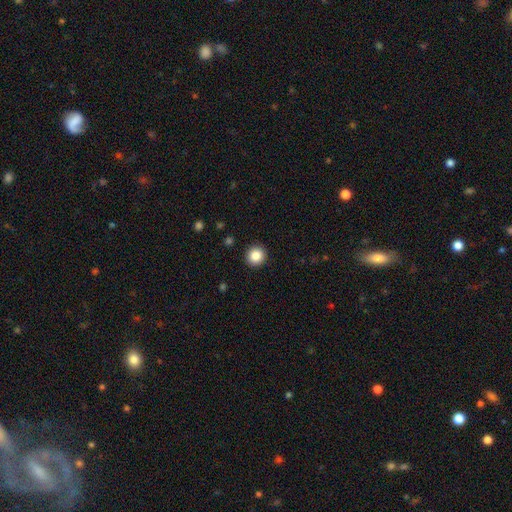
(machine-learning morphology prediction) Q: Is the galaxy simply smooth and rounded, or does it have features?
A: smooth — 86%.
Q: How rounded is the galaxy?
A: round — 93%.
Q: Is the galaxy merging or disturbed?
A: none — 92%.